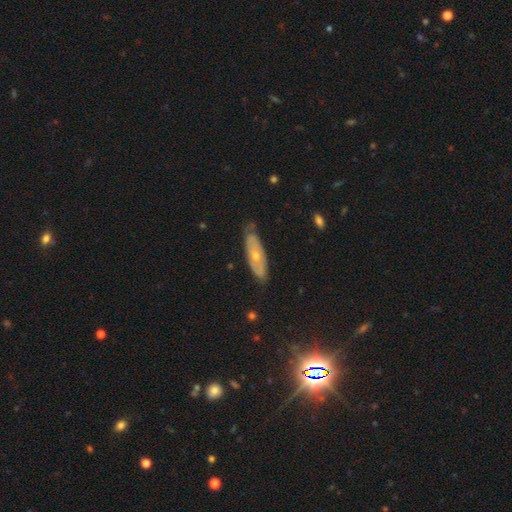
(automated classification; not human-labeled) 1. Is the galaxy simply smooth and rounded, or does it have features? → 56% featured or disk, 38% smooth, 6% star or artifact.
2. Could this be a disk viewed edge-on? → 67% no, 33% yes.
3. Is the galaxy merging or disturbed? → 72% none, 22% minor disturbance, 4% major disturbance, 2% merger.